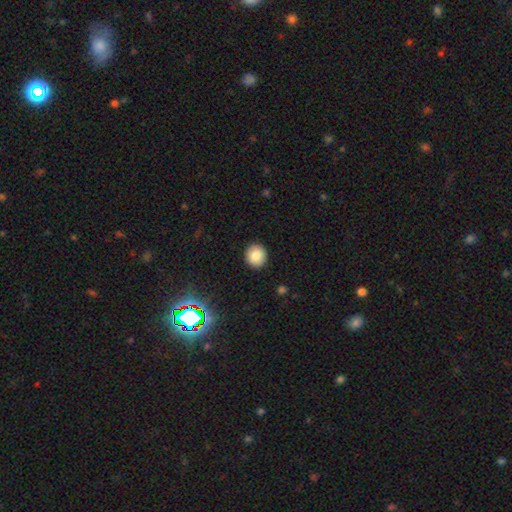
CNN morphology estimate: Overall: smooth (84%). How rounded: round (84%). Merging: none (91%).